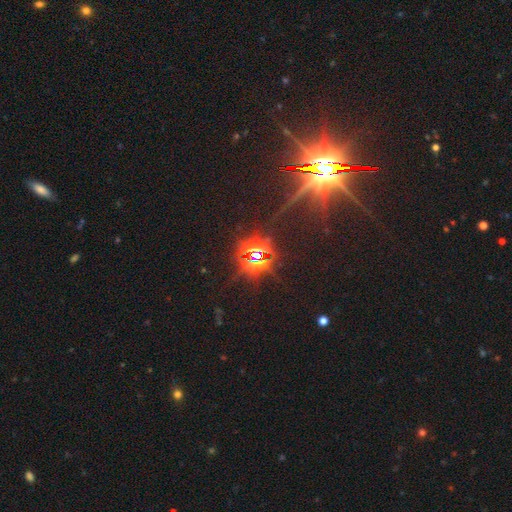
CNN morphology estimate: This is clearly a star or artifact rather than a galaxy (83%).